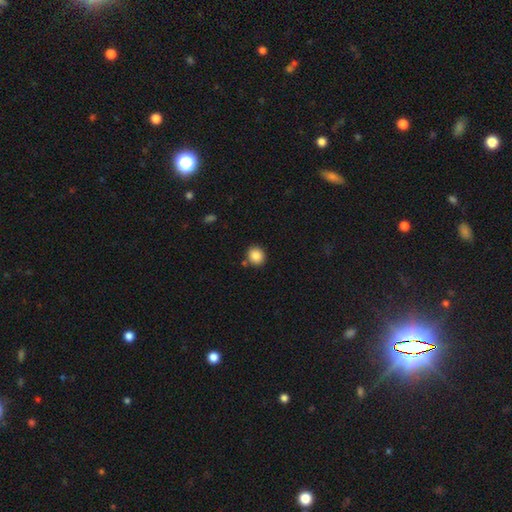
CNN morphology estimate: The model was most divided on "how rounded": round: 78%, in between: 21%, cigar-shaped: 1%. More confident: smooth or featured — smooth (87%); merging — none (83%).